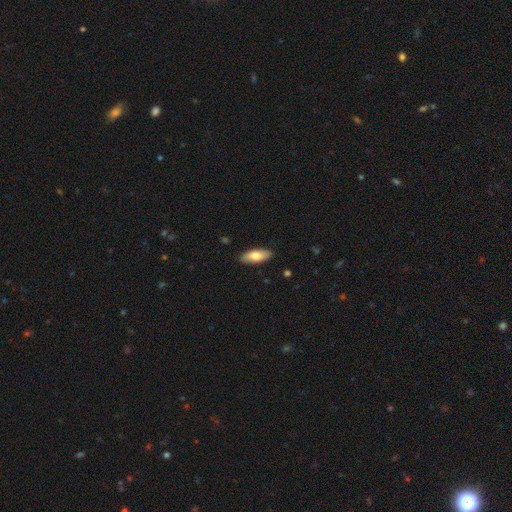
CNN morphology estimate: type=smooth (79%); roundness=in between (73%); merging=none (88%).